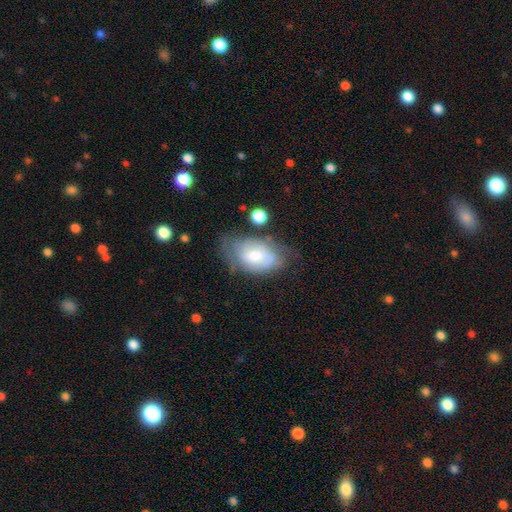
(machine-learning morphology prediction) Smooth or featured? smooth (51%)
How rounded? in between (88%)
Merging? none (49%)